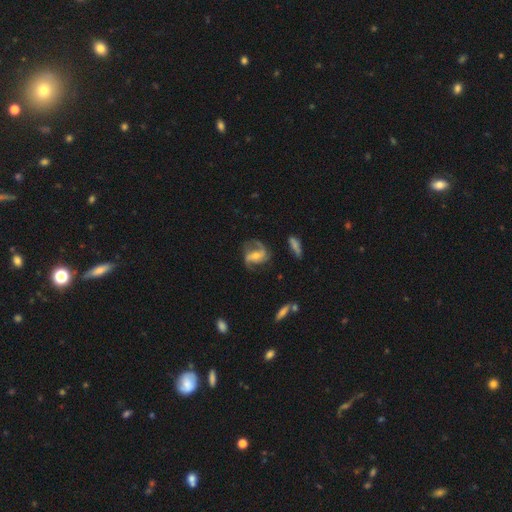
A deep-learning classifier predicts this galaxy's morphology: Smooth or featured? featured or disk (86%)
Edge-on disk? no (97%)
Bar? weak (41%)
Spiral arms? yes (96%)
Spiral winding? medium (45%)
Spiral arm count? 2 (86%)
Bulge size? moderate (47%)
Merging? none (70%)